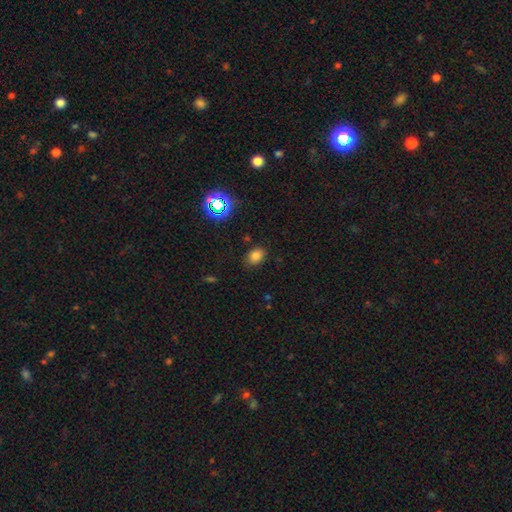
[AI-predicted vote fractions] This appears to be a smooth galaxy with no disk features (77%) that is in between round and cigar-shaped (67%). Merging: none (84%).